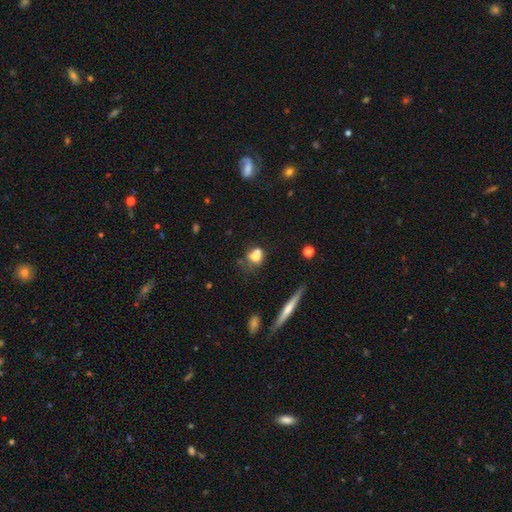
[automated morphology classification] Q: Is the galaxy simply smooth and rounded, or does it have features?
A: smooth — 68%.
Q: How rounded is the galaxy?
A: in between — 55%.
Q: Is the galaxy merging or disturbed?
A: none — 37%.